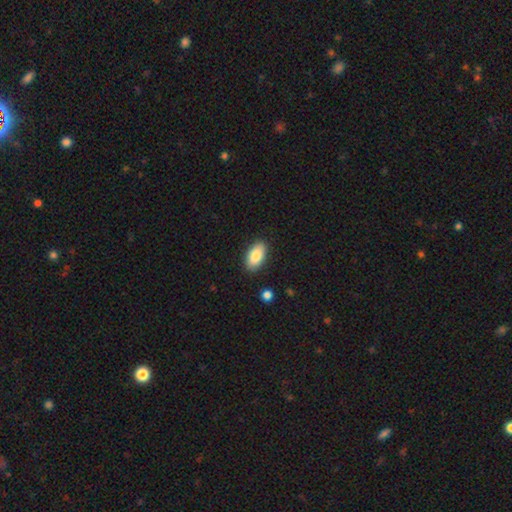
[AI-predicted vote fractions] Morphology: type=smooth (85%); roundness=in between (93%); merging=none (88%).